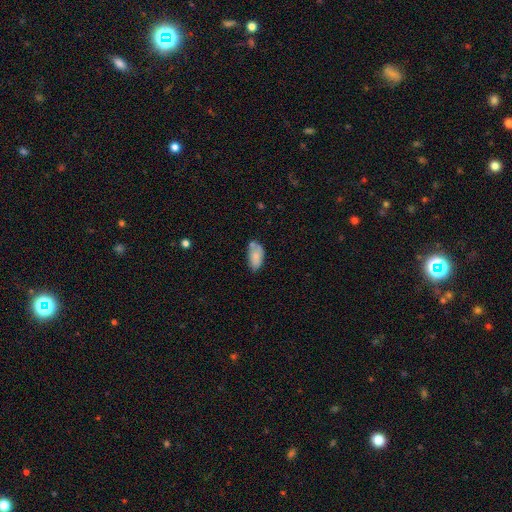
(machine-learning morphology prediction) Smooth or featured?
  - smooth: 76% *
  - featured or disk: 16%
  - star or artifact: 7%
How rounded?
  - in between: 92% *
  - cigar-shaped: 5%
  - round: 3%
Merging?
  - none: 50% *
  - minor disturbance: 28%
  - merger: 14%
  - major disturbance: 8%